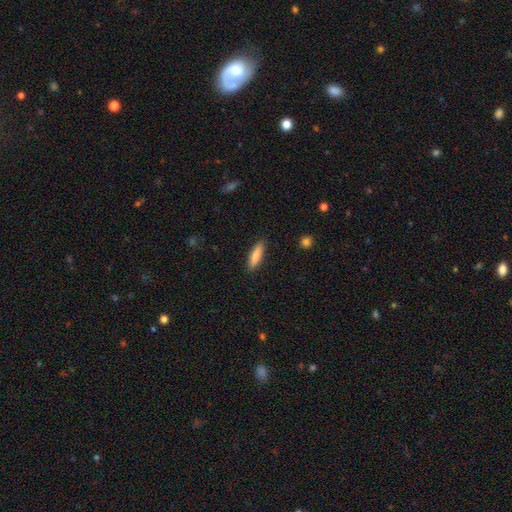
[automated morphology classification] This is likely a smooth galaxy (80%). How rounded: likely cigar-shaped (70%). Merging: clearly none (87%).